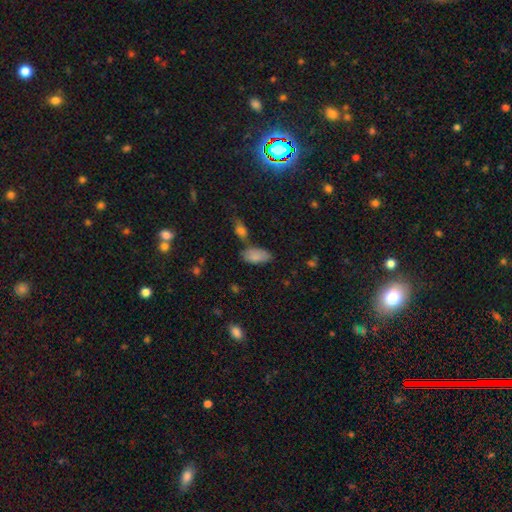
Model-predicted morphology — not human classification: A smooth galaxy with no disk features (84%) that is in between round and cigar-shaped (93%). Merging: none (59%).